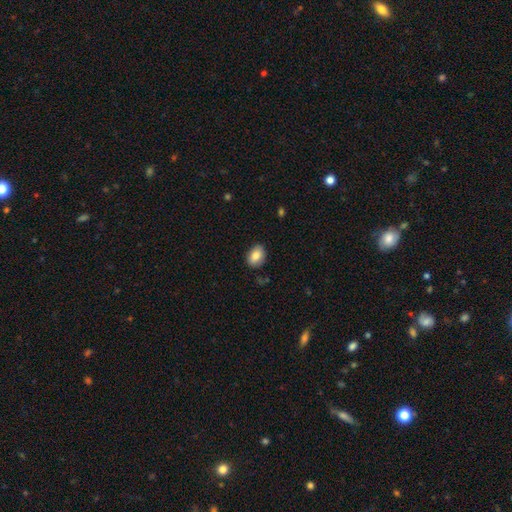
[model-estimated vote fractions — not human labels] A smooth galaxy with no disk features (85%) that is in between round and cigar-shaped (76%).

Vote fractions:
- Smooth or featured? smooth: 85% / star or artifact: 8% / featured or disk: 8%
- How rounded? in between: 76% / round: 23% / cigar-shaped: 1%
- Merging? none: 84% / minor disturbance: 12% / major disturbance: 2% / merger: 1%